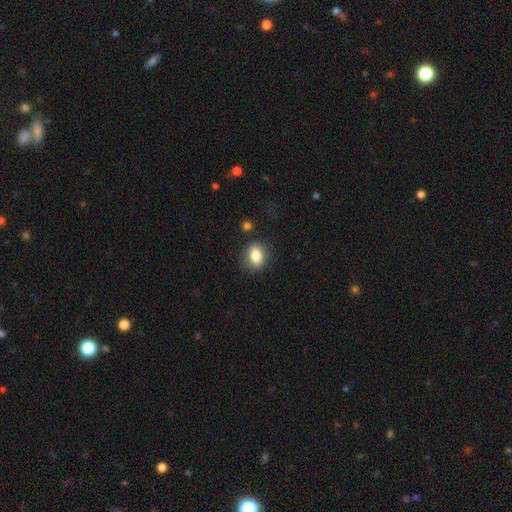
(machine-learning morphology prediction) A smooth galaxy with no disk features (81%) that is in between round and cigar-shaped (64%).

Vote fractions:
- Smooth or featured? smooth: 81% / featured or disk: 10% / star or artifact: 9%
- How rounded? in between: 64% / round: 34% / cigar-shaped: 2%
- Merging? none: 82% / minor disturbance: 12% / major disturbance: 3% / merger: 3%